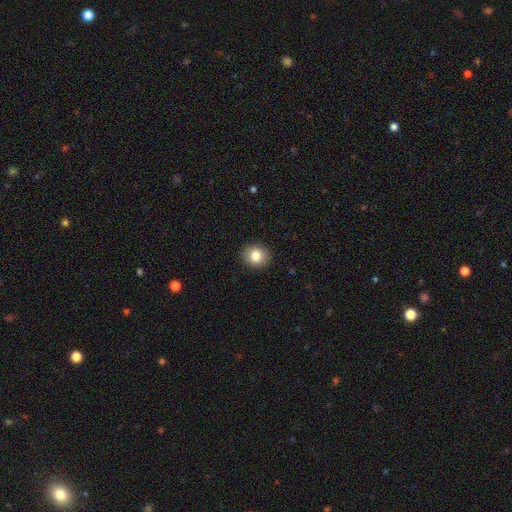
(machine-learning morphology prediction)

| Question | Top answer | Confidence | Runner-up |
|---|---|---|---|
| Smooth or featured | smooth | 83% | star or artifact (10%) |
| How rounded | round | 81% | in between (18%) |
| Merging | none | 91% | minor disturbance (6%) |